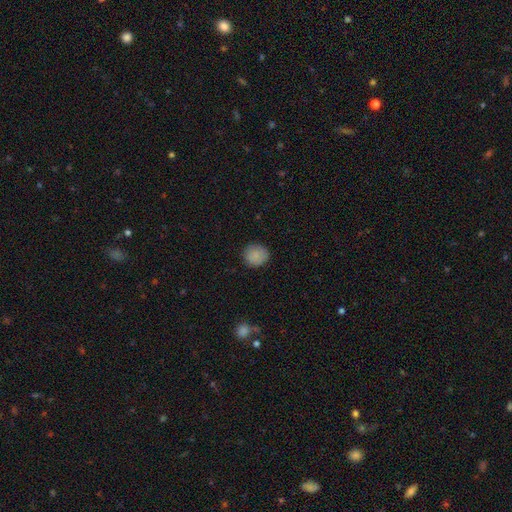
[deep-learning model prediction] Smooth or featured: smooth — 87% (star or artifact — 9%)
How rounded: round — 86% (in between — 13%)
Merging: none — 86% (minor disturbance — 10%)